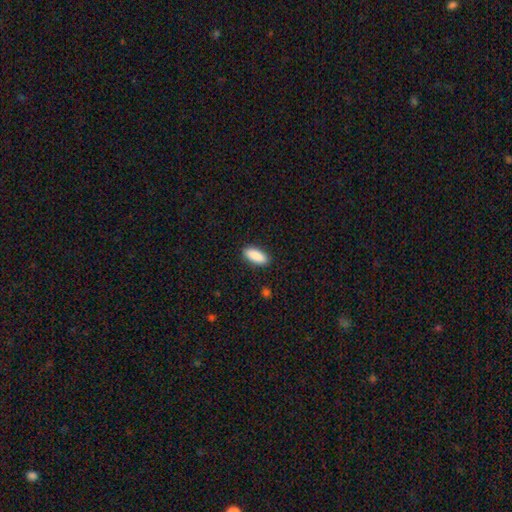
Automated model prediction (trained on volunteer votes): smooth 90%, star or artifact 6%, featured or disk 4%. Down the decision tree: how rounded — in between (75%); merging — none (90%).